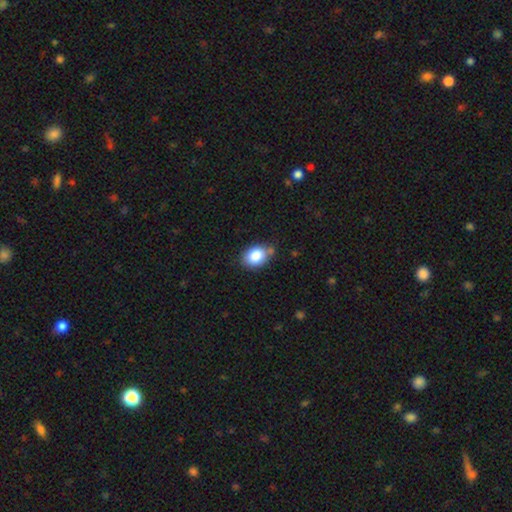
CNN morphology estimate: smooth-or-featured: smooth: 85% | star or artifact: 8% | featured or disk: 6%
  how-rounded: in between: 69% | round: 30% | cigar-shaped: 1%
  merging: none: 71% | minor disturbance: 20% | merger: 4% | major disturbance: 4%